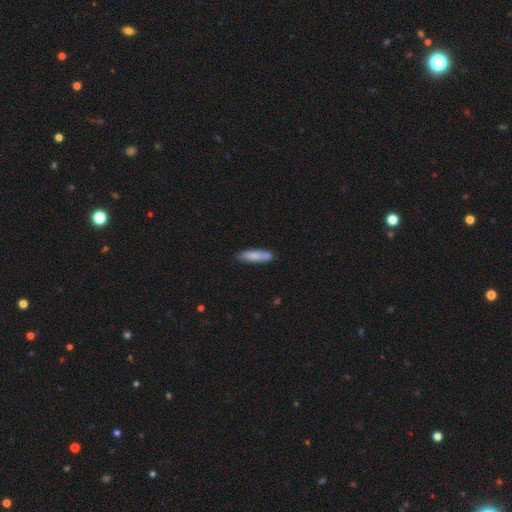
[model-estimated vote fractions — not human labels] smooth 82%, featured or disk 13%, star or artifact 6%. Down the decision tree: how rounded — cigar-shaped (74%); merging — none (84%).